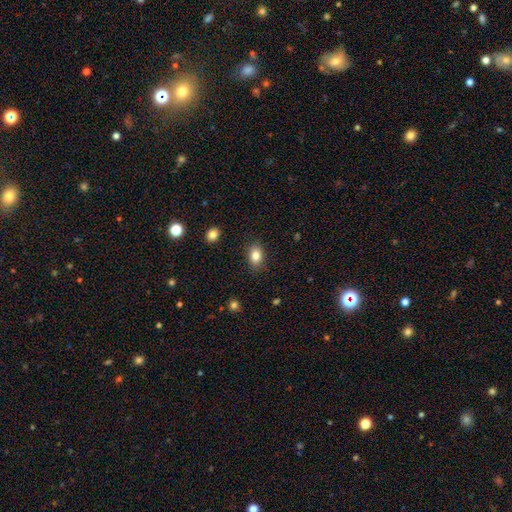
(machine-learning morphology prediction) The model was most divided on "how rounded": in between: 76%, round: 23%, cigar-shaped: 1%. More confident: merging — none (86%); smooth or featured — smooth (83%).